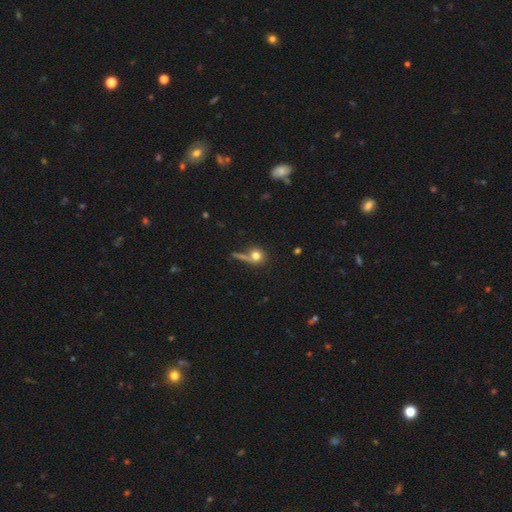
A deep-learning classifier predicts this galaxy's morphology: Smooth or featured: smooth — 72% (featured or disk — 15%)
How rounded: round — 81% (in between — 15%)
Merging: none — 50% (merger — 19%)